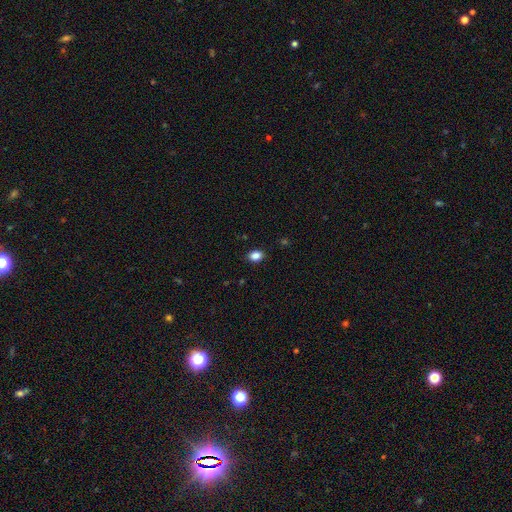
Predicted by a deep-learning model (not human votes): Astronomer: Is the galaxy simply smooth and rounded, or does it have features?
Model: smooth — 86%.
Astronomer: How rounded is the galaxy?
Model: in between — 76%.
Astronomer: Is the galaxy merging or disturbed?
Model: none — 89%.